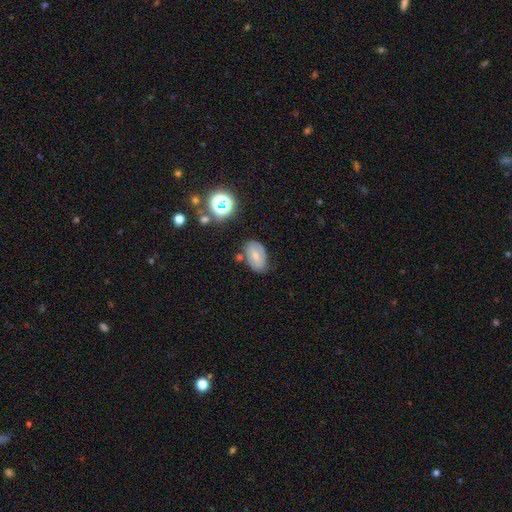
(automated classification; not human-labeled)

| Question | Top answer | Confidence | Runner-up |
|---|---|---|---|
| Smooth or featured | smooth | 58% | featured or disk (31%) |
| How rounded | in between | 87% | round (11%) |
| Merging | none | 68% | minor disturbance (21%) |